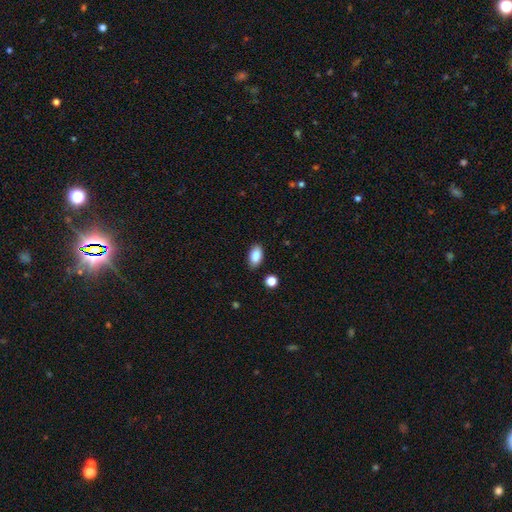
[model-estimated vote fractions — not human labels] smooth_or_featured: smooth (p=0.88) [alt: star or artifact p=0.07]
how_rounded: in between (p=0.92) [alt: round p=0.06]
merging: none (p=0.85) [alt: minor disturbance p=0.11]